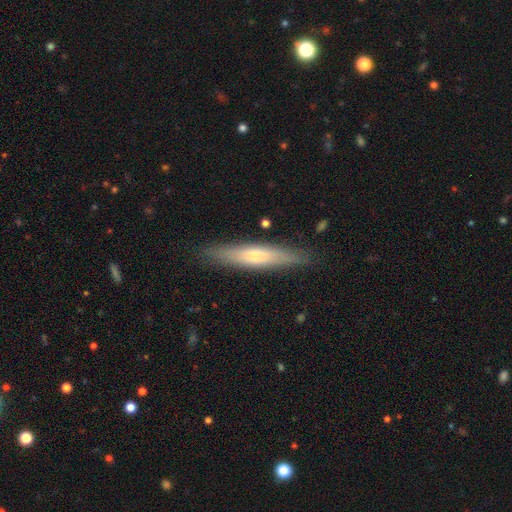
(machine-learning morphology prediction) Smooth or featured: smooth — 58% (featured or disk — 36%)
How rounded: cigar-shaped — 88% (in between — 11%)
Merging: none — 87% (minor disturbance — 10%)